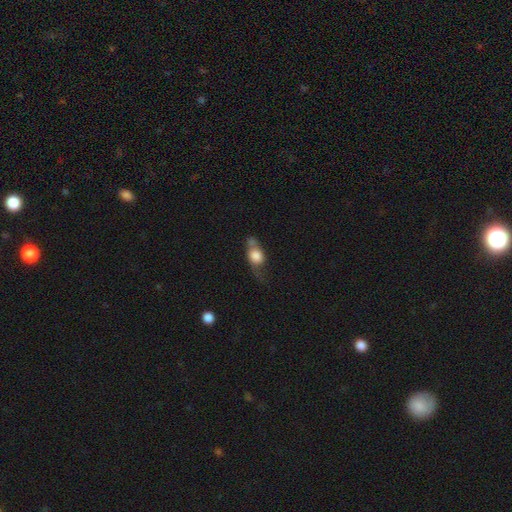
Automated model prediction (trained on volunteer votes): This is likely a smooth galaxy (63%). How rounded: possibly in between (53%). Merging: marginally none (33%).